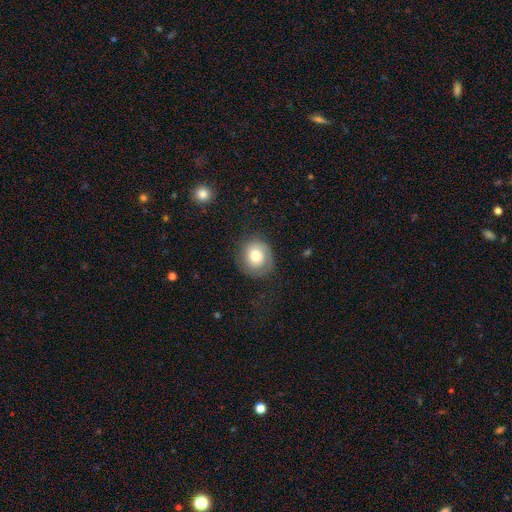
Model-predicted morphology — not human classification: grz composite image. It shows a smooth galaxy with no disk features (62%) that is round (79%). Merging: none (73%).